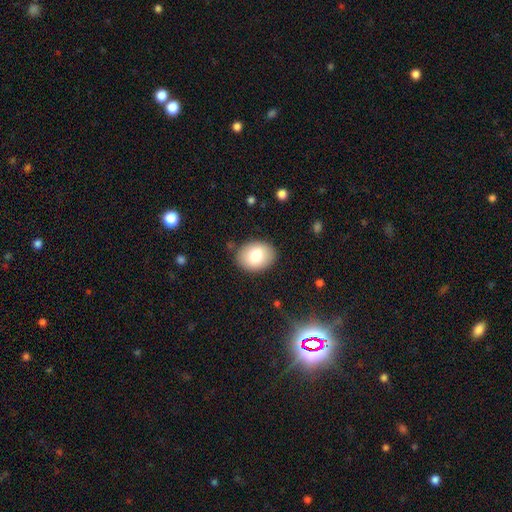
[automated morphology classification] Smooth or featured?
  - smooth: 78% *
  - featured or disk: 14%
  - star or artifact: 8%
How rounded?
  - in between: 68% *
  - round: 31%
  - cigar-shaped: 1%
Merging?
  - none: 86% *
  - minor disturbance: 10%
  - major disturbance: 3%
  - merger: 1%